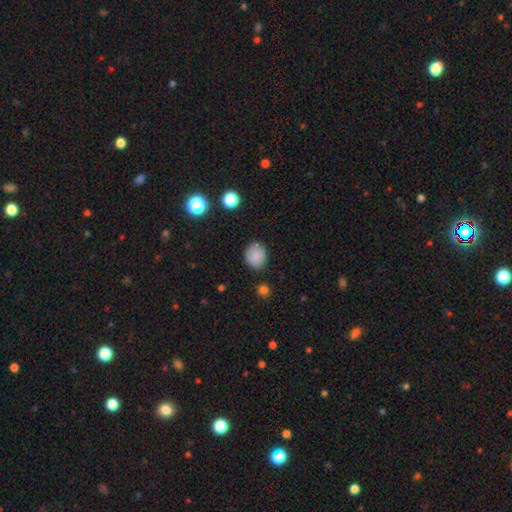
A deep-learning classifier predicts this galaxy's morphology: smooth_or_featured: smooth (p=0.86) [alt: star or artifact p=0.10]
how_rounded: round (p=0.55) [alt: in between p=0.44]
merging: none (p=0.81) [alt: minor disturbance p=0.14]